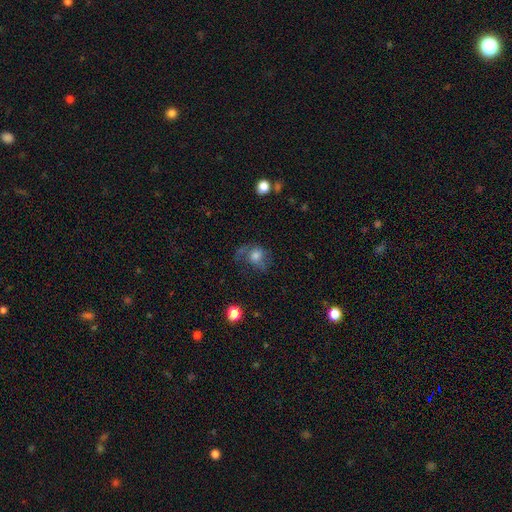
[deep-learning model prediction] smooth-or-featured: smooth: 54% | featured or disk: 33% | star or artifact: 13%
  how-rounded: round: 63% | in between: 36% | cigar-shaped: 1%
  merging: none: 40% | major disturbance: 34% | minor disturbance: 22% | merger: 3%